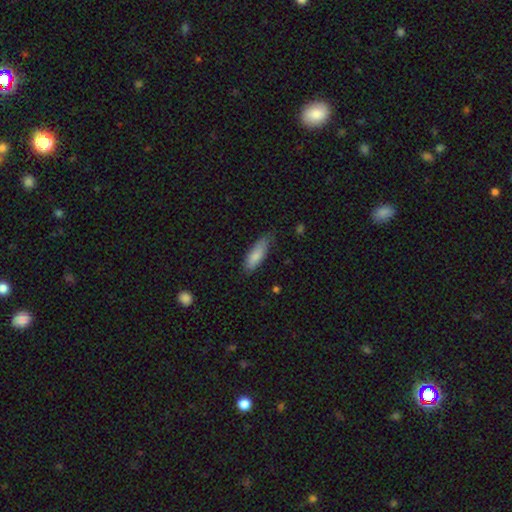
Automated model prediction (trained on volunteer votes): A smooth galaxy with no disk features (83%) that is in between round and cigar-shaped (60%).

Vote fractions:
- Smooth or featured? smooth: 83% / featured or disk: 11% / star or artifact: 6%
- How rounded? in between: 60% / cigar-shaped: 38% / round: 2%
- Merging? none: 66% / minor disturbance: 28% / major disturbance: 5% / merger: 1%